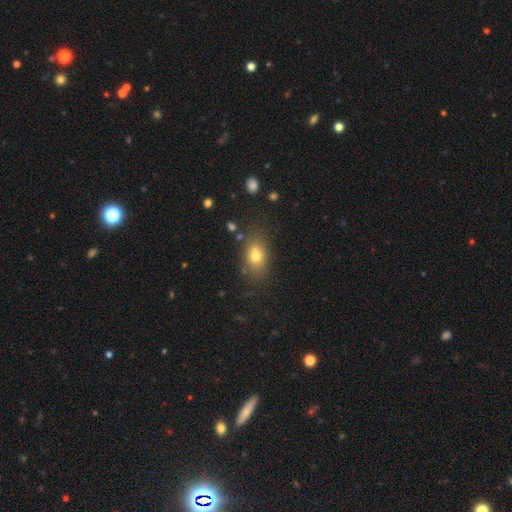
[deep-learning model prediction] smooth-or-featured: smooth: 74% | featured or disk: 14% | star or artifact: 12%
  how-rounded: in between: 76% | round: 21% | cigar-shaped: 3%
  merging: none: 71% | minor disturbance: 16% | merger: 7% | major disturbance: 6%